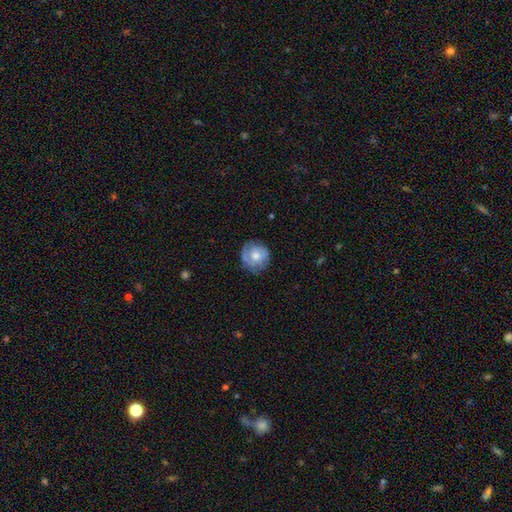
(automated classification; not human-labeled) Morphology: type=smooth (48%); merging=none (72%).